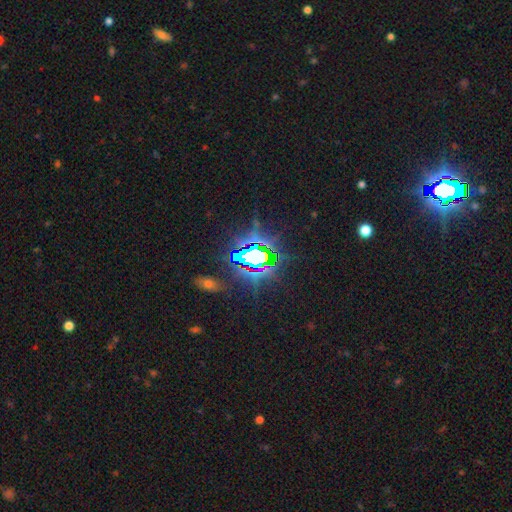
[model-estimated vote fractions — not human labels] Smooth or featured?
  - star or artifact: 74% *
  - smooth: 13%
  - featured or disk: 13%